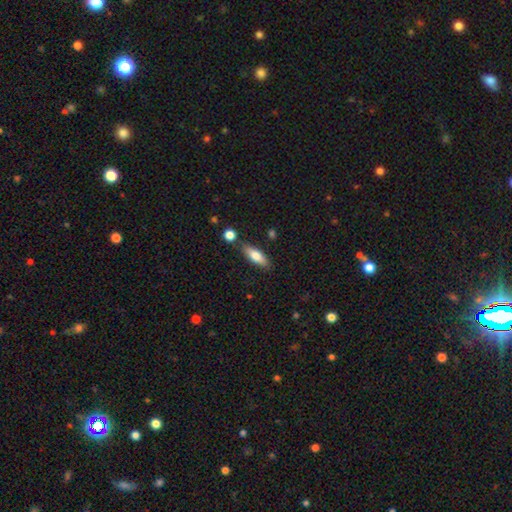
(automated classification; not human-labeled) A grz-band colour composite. It shows a smooth galaxy with no disk features (72%) that is in between round and cigar-shaped (57%). Merging: none (77%).